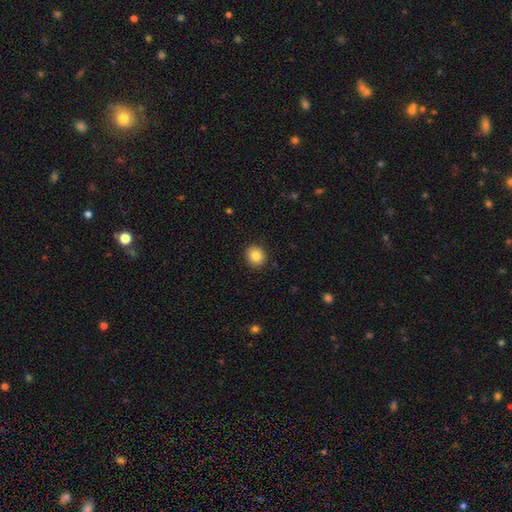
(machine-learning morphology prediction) Q: Smooth or featured?
A: smooth (85%); runner-up: star or artifact (9%)
Q: How rounded?
A: round (86%); runner-up: in between (14%)
Q: Merging?
A: none (91%); runner-up: minor disturbance (6%)